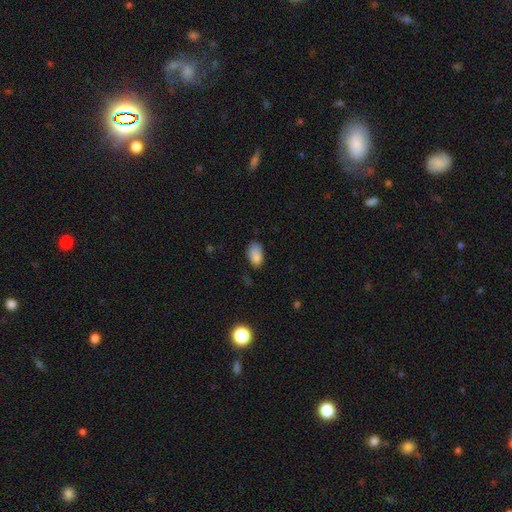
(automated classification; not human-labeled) The model was most divided on "merging": none: 63%, minor disturbance: 28%, major disturbance: 6%, merger: 2%. More confident: how rounded — in between (92%); smooth or featured — smooth (85%).